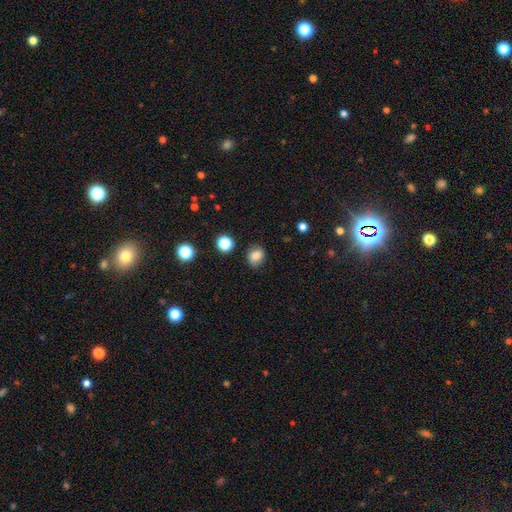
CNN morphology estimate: Smooth or featured? Predicted: smooth (p=0.81). How rounded? Predicted: round (p=0.57). Merging? Predicted: none (p=0.80).